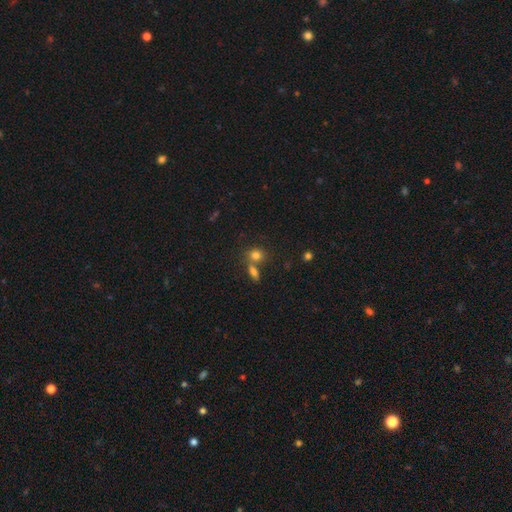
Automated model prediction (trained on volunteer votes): This is likely a smooth galaxy (78%). How rounded: possibly round (59%). Merging: possibly none (51%).